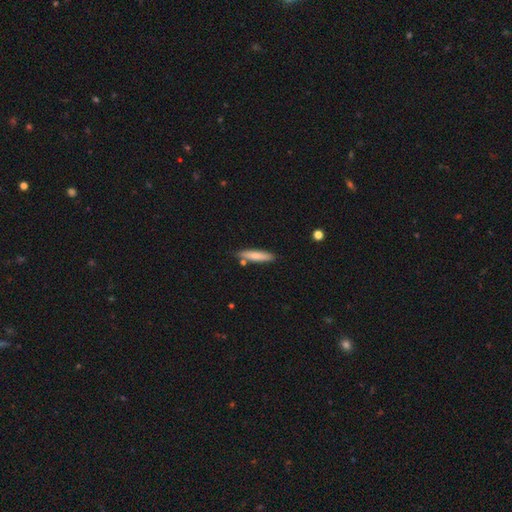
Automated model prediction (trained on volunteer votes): smooth_or_featured: smooth (p=0.76) [alt: featured or disk p=0.18]
how_rounded: cigar-shaped (p=0.85) [alt: in between p=0.14]
merging: none (p=0.82) [alt: minor disturbance p=0.11]